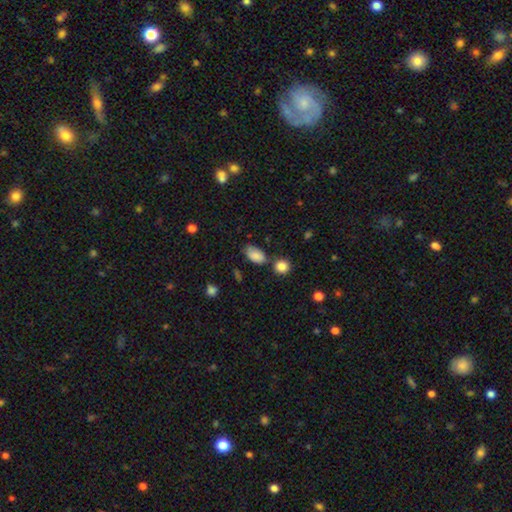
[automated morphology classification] type=smooth (86%); roundness=in between (92%); merging=none (67%).